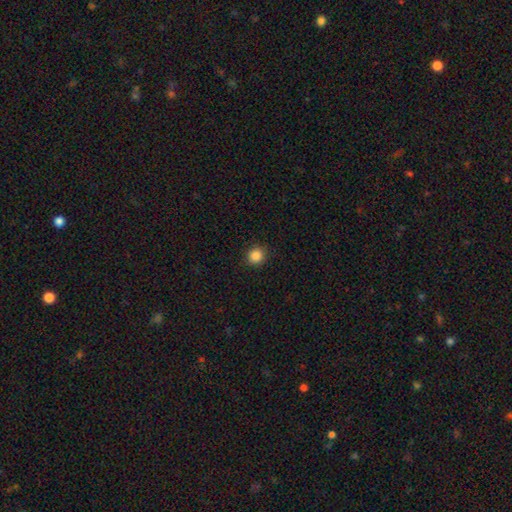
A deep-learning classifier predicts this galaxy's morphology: smooth 86%, star or artifact 11%, featured or disk 3%. Down the decision tree: how rounded — round (93%); merging — none (91%).